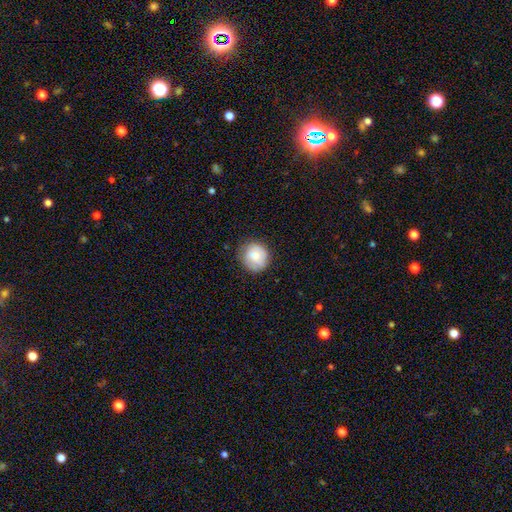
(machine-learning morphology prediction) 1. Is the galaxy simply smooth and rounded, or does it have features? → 76% smooth, 17% featured or disk, 7% star or artifact.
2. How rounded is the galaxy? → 87% round, 12% in between, 1% cigar-shaped.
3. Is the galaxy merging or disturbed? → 77% none, 18% minor disturbance, 4% major disturbance, 1% merger.